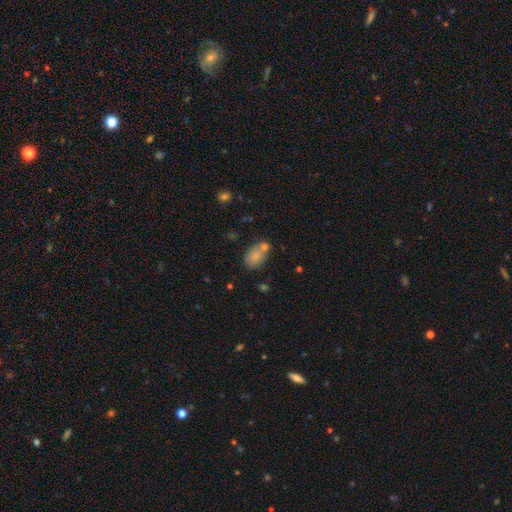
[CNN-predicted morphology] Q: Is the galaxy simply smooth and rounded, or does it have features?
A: smooth — 79%.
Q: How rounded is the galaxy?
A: in between — 82%.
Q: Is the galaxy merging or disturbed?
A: none — 48%.